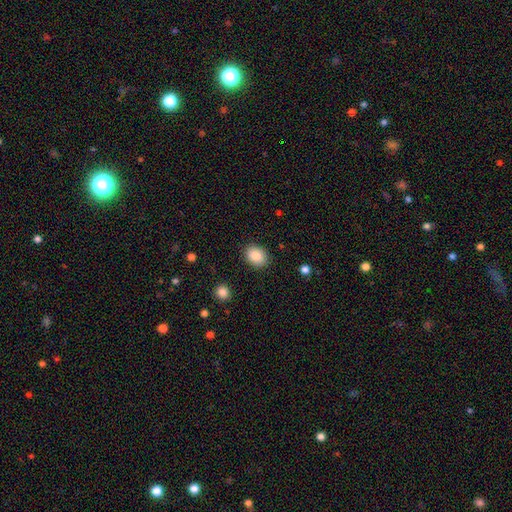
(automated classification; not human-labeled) Smooth or featured? smooth (87%)
How rounded? in between (56%)
Merging? none (87%)